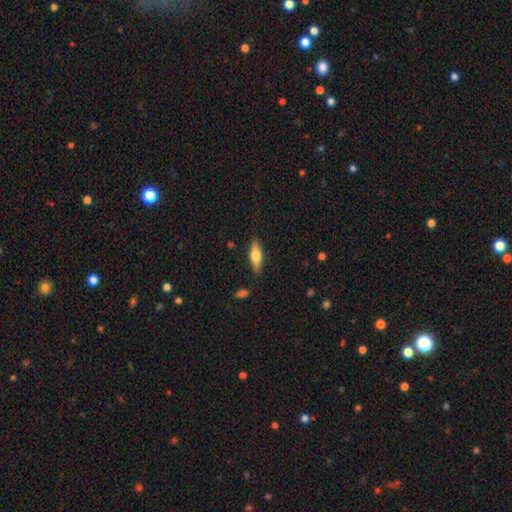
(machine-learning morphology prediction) smooth_or_featured: smooth (p=0.61) [alt: featured or disk p=0.33]
how_rounded: in between (p=0.57) [alt: cigar-shaped p=0.41]
merging: none (p=0.84) [alt: minor disturbance p=0.11]